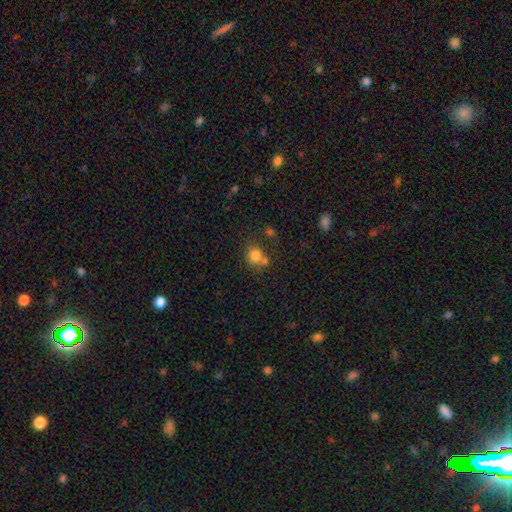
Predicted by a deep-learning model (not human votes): smooth_or_featured: smooth (p=0.78) [alt: star or artifact p=0.13]
how_rounded: round (p=0.76) [alt: in between p=0.23]
merging: none (p=0.54) [alt: merger p=0.27]